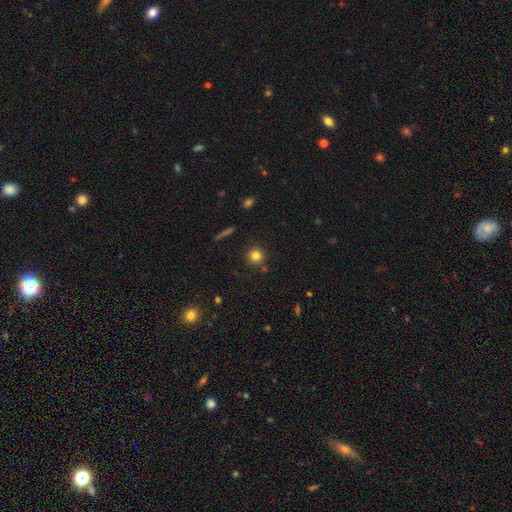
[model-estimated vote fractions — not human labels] This appears to be a smooth galaxy with no disk features (80%) that is round (93%). Merging: none (84%).